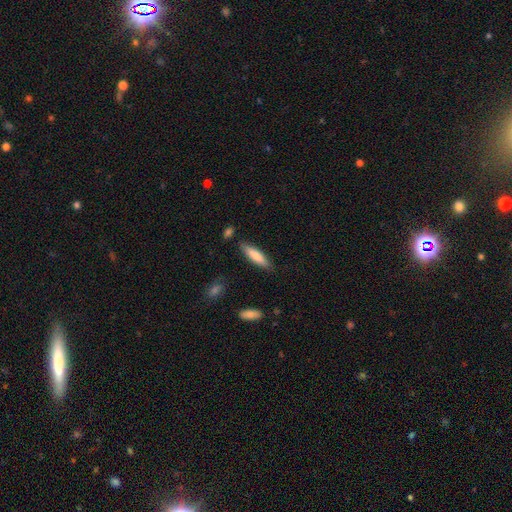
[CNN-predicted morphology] Overall: smooth (77%). How rounded: cigar-shaped (73%). Merging: none (84%).